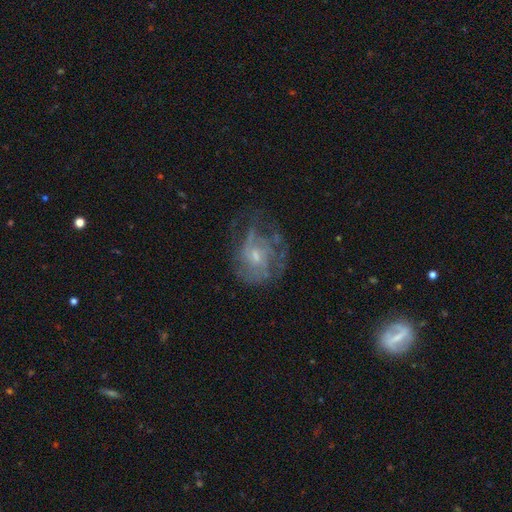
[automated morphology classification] A featured or disk galaxy (69%) with no bar (68%), spiral arms (64%) and a small central bulge (56%).

Vote fractions:
- Smooth or featured? featured or disk: 69% / smooth: 21% / star or artifact: 11%
- Edge-on disk? no: 97% / yes: 3%
- Bar? no: 68% / weak: 28% / strong: 4%
- Spiral arms? yes: 64% / no: 36%
- Bulge size? small: 56% / moderate: 32% / none: 9% / large: 2% / dominant: 1%
- Merging? none: 51% / major disturbance: 25% / minor disturbance: 22% / merger: 2%